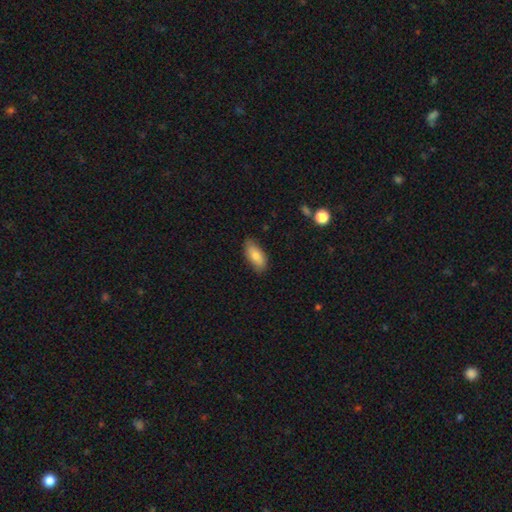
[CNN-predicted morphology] This appears to be a smooth galaxy with no disk features (80%) that is in between round and cigar-shaped (88%). Merging: none (80%).